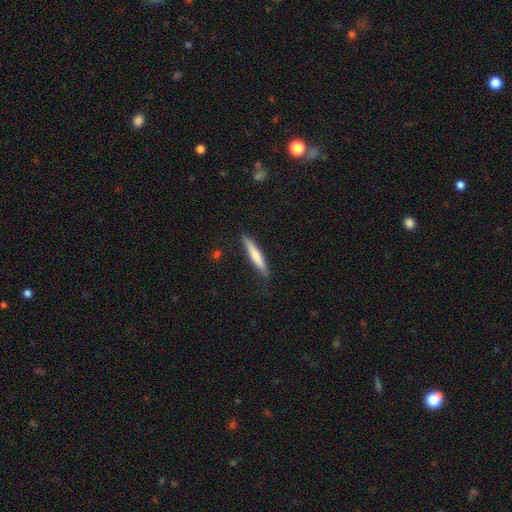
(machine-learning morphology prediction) smooth 65%, featured or disk 30%, star or artifact 5%. Down the decision tree: how rounded — cigar-shaped (93%); merging — none (86%).